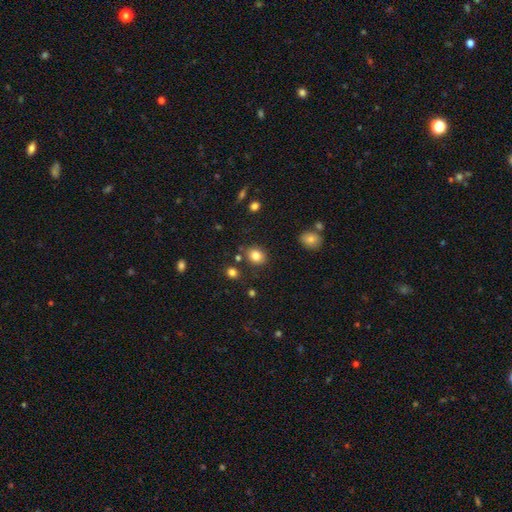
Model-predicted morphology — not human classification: Smooth or featured?
  - smooth: 82% *
  - star or artifact: 11%
  - featured or disk: 7%
How rounded?
  - round: 57% *
  - in between: 42%
  - cigar-shaped: 1%
Merging?
  - none: 81% *
  - minor disturbance: 11%
  - merger: 4%
  - major disturbance: 3%